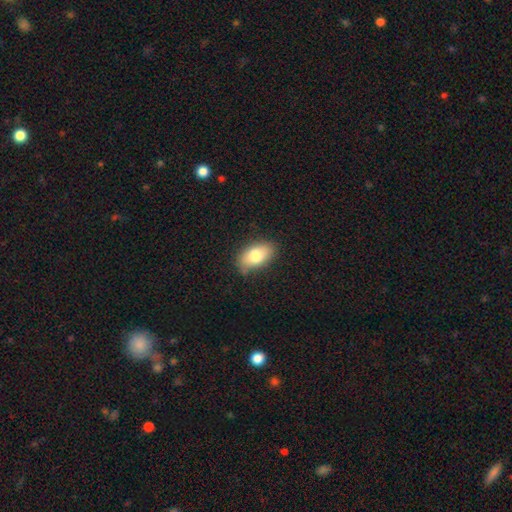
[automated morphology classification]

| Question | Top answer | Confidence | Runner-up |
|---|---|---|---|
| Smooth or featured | smooth | 77% | featured or disk (16%) |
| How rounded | in between | 91% | round (7%) |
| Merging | none | 78% | minor disturbance (18%) |